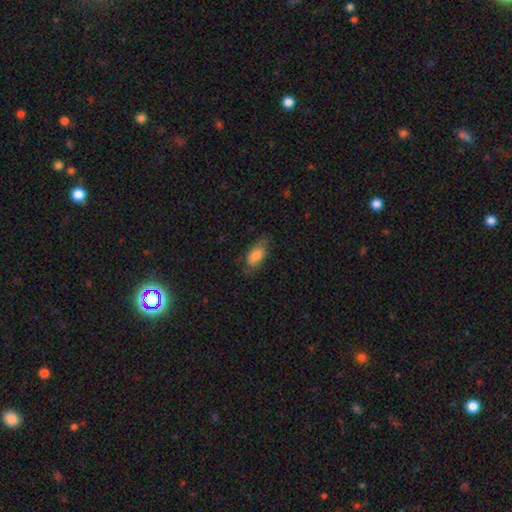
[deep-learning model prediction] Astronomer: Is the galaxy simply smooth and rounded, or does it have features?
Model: smooth — 77%.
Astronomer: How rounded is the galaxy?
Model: in between — 88%.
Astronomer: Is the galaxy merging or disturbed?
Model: none — 62%.